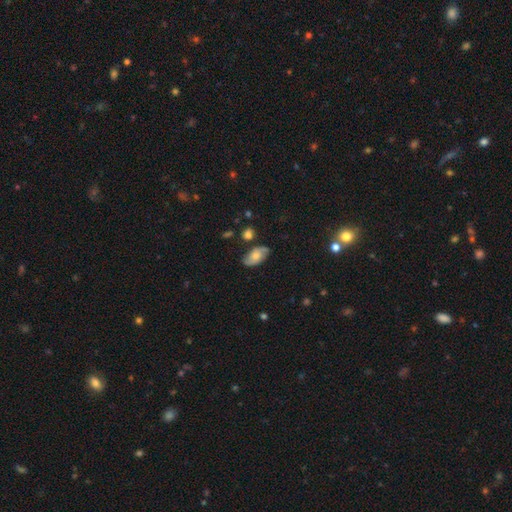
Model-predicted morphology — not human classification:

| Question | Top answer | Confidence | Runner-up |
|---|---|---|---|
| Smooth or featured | featured or disk | 56% | smooth (36%) |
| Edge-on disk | no | 94% | yes (6%) |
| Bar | no | 71% | weak (25%) |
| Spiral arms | yes | 87% | no (13%) |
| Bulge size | moderate | 52% | small (35%) |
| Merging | none | 74% | minor disturbance (18%) |